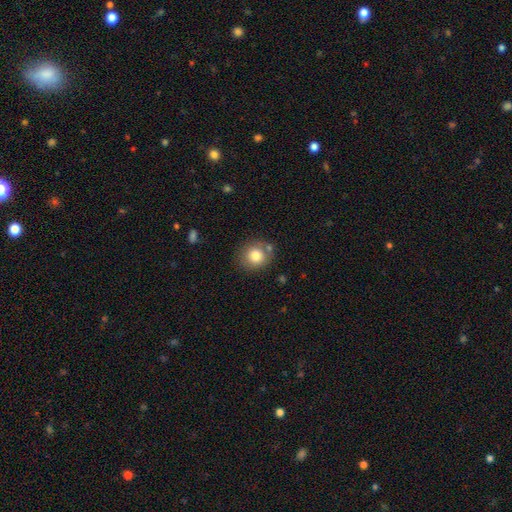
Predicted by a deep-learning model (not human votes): Morphology: type=smooth (80%); roundness=round (85%); merging=none (76%).